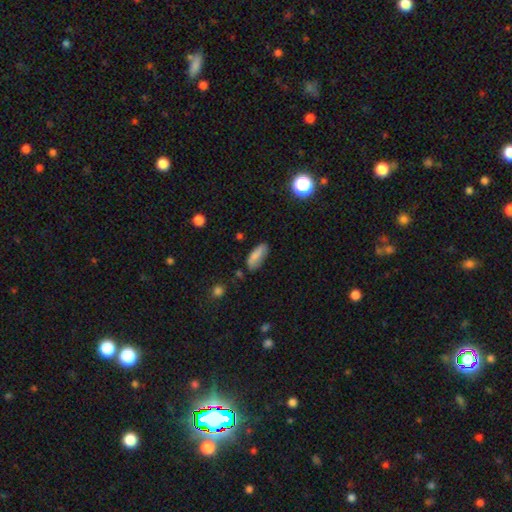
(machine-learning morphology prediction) A smooth galaxy with no disk features (78%) that is in between round and cigar-shaped (79%). Merging: none (67%).